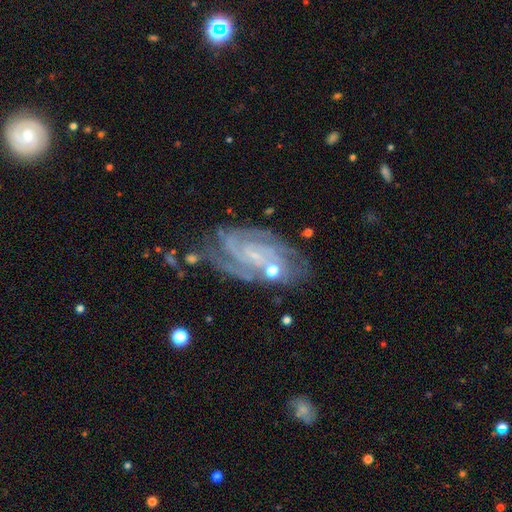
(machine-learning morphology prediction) type=featured or disk (86%); edge-on=no (96%); bar=no (49%); spiral arms=yes (97%); winding=tight (63%); arm count=2 (29%); bulge=small (69%); merging=none (63%).